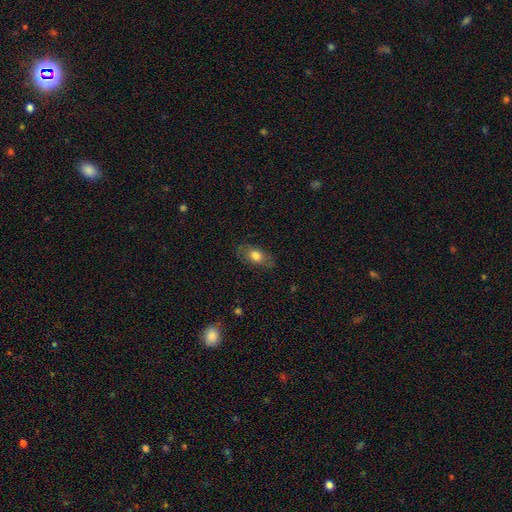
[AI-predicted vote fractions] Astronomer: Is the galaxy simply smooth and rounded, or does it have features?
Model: smooth — 72%.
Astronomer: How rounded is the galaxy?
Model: in between — 83%.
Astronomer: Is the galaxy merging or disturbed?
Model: none — 79%.